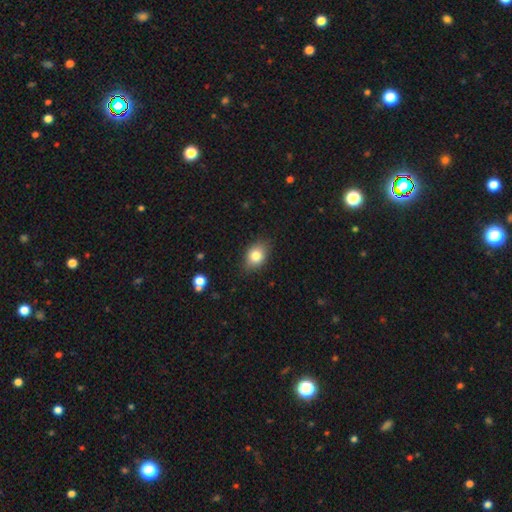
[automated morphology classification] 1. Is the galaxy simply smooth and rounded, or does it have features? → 80% smooth, 10% featured or disk, 10% star or artifact.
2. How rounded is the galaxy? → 69% in between, 29% round, 1% cigar-shaped.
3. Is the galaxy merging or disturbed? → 82% none, 14% minor disturbance, 3% major disturbance, 1% merger.